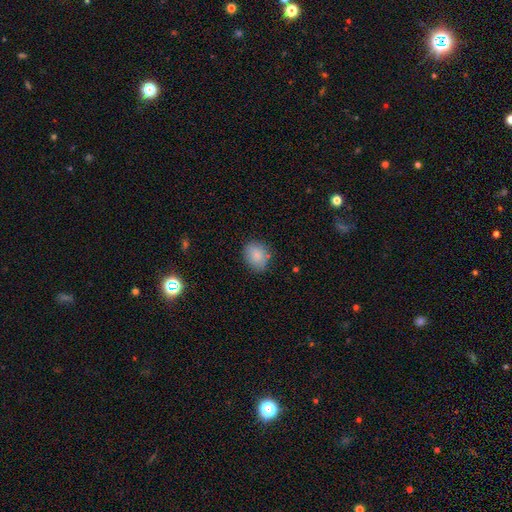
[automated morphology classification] A smooth galaxy with no disk features (85%) that is in between round and cigar-shaped (58%). Merging: none (78%).